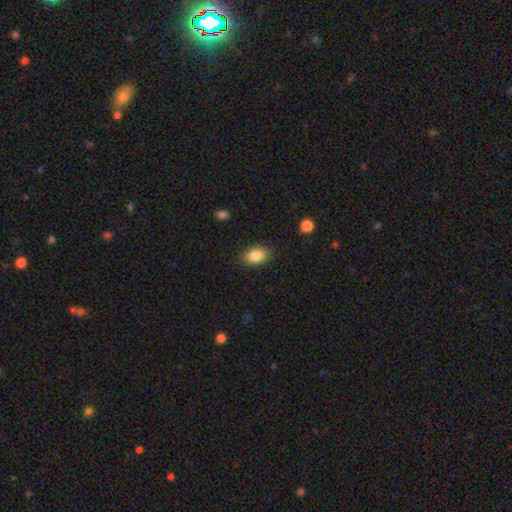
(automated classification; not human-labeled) Overall: smooth (85%). How rounded: in between (83%). Merging: none (85%).